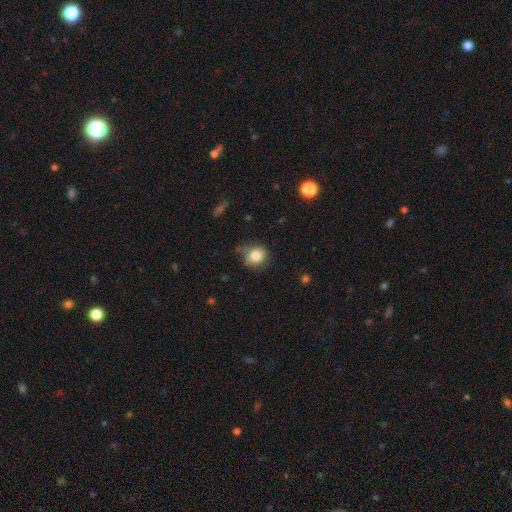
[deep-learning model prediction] A smooth galaxy with no disk features (82%) that is round (80%).

Vote fractions:
- Smooth or featured? smooth: 82% / star or artifact: 10% / featured or disk: 7%
- How rounded? round: 80% / in between: 19% / cigar-shaped: 1%
- Merging? none: 70% / minor disturbance: 22% / major disturbance: 5% / merger: 4%